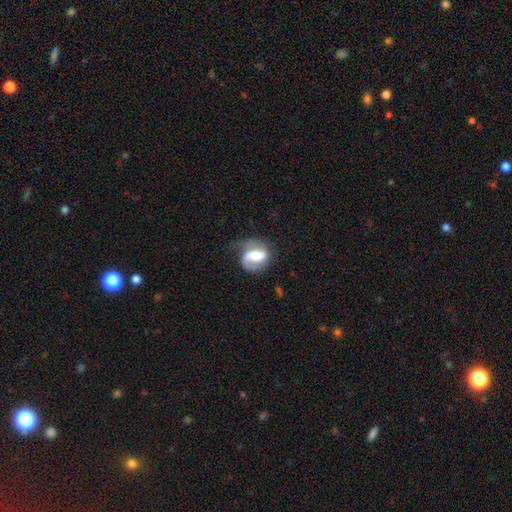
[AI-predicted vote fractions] Overall: featured or disk (64%; smooth 29%). Edge-on disk: no (96%). Bar: strong (43%; weak 38%). Spiral arms: yes (85%). Spiral arm count: 2 (57%; 1 34%). Spiral winding: medium (41%; loose 35%). Bulge size: moderate (45%; large 25%). Merging: none (49%; minor disturbance 27%).